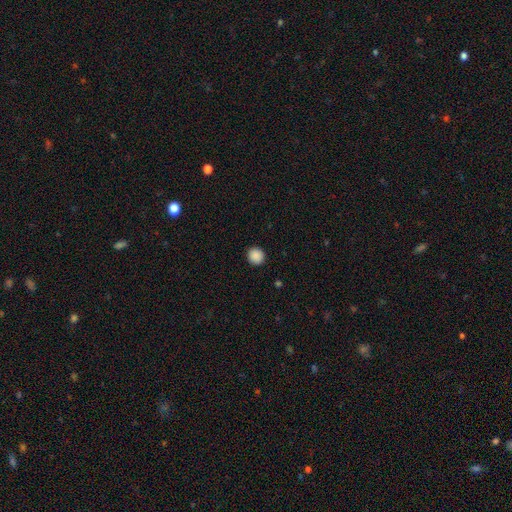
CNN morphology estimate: A smooth galaxy with no disk features (89%) that is round (91%). Merging: none (91%).